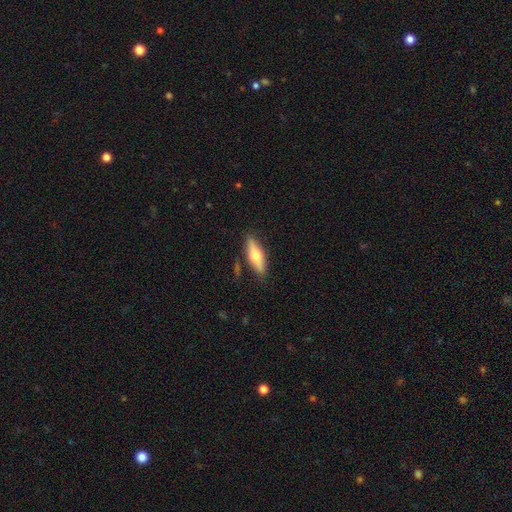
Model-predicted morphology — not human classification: The model was most divided on "smooth or featured": smooth: 51%, featured or disk: 43%, star or artifact: 6%. More confident: merging — none (85%); how rounded — cigar-shaped (53%).